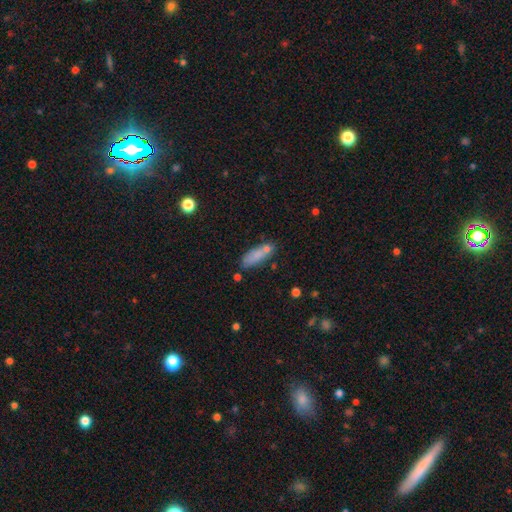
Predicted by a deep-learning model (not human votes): This appears to be a smooth galaxy with no disk features (80%) that is in between round and cigar-shaped (62%). Merging: none (60%).